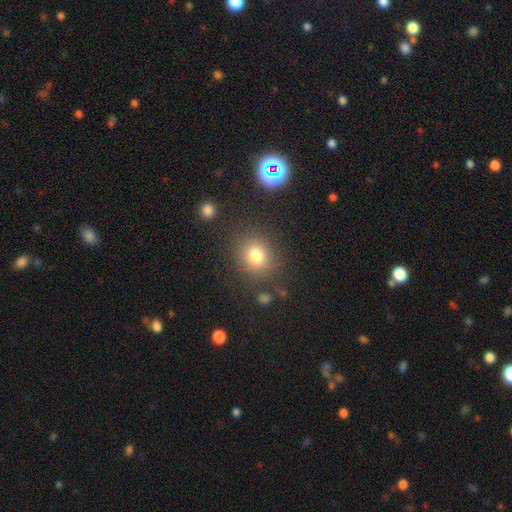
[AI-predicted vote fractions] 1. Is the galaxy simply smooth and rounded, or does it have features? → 78% smooth, 14% star or artifact, 8% featured or disk.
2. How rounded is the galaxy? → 79% round, 20% in between, 1% cigar-shaped.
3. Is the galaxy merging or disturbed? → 82% none, 11% minor disturbance, 5% major disturbance, 3% merger.